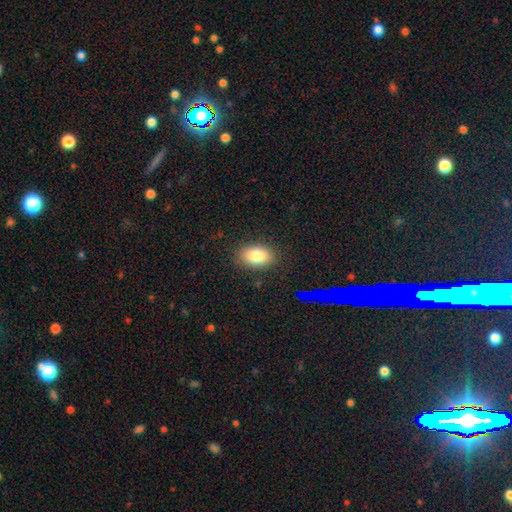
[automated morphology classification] A smooth galaxy with no disk features (83%) that is in between round and cigar-shaped (86%).

Vote fractions:
- Smooth or featured? smooth: 83% / star or artifact: 9% / featured or disk: 8%
- How rounded? in between: 86% / round: 13% / cigar-shaped: 1%
- Merging? none: 85% / minor disturbance: 11% / major disturbance: 3% / merger: 1%